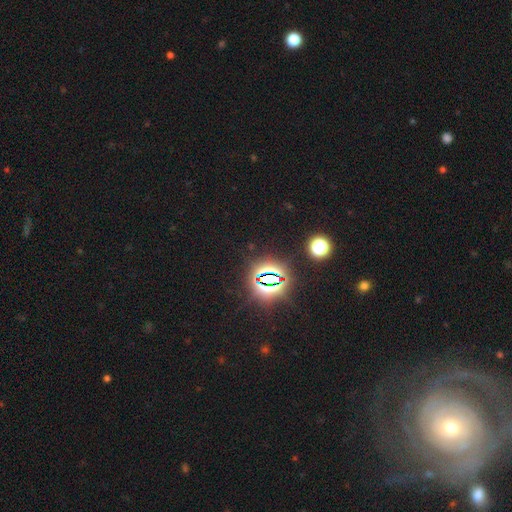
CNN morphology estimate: The model was most divided on "smooth or featured": star or artifact: 55%, featured or disk: 29%, smooth: 16%.